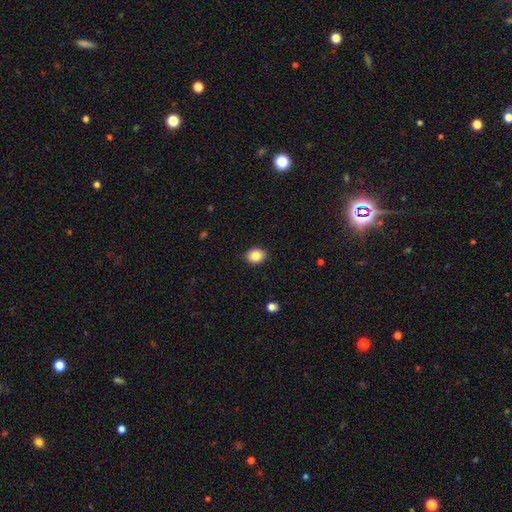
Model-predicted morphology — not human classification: type=smooth (85%); roundness=in between (51%); merging=none (90%).